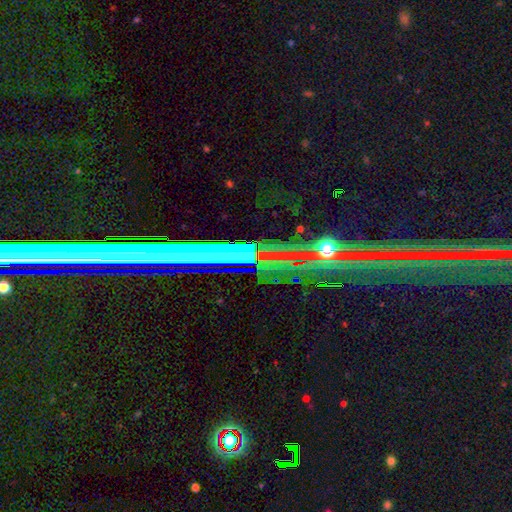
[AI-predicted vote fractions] Overall: star or artifact (65%; featured or disk 26%).